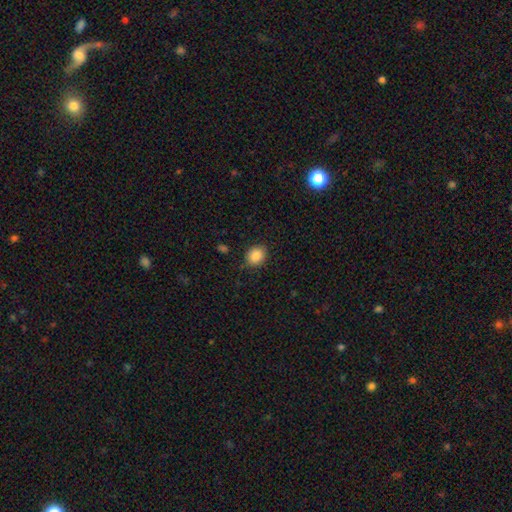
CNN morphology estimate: Smooth or featured? smooth (87%)
How rounded? round (56%)
Merging? none (87%)